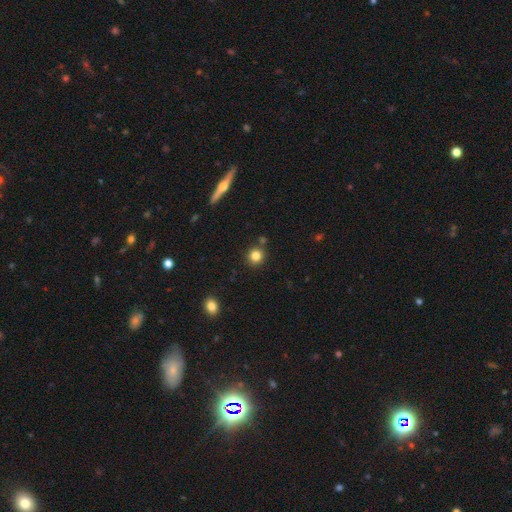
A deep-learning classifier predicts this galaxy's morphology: Smooth or featured?
  - smooth: 82% *
  - star or artifact: 12%
  - featured or disk: 7%
How rounded?
  - round: 92% *
  - in between: 7%
  - cigar-shaped: 1%
Merging?
  - none: 83% *
  - minor disturbance: 8%
  - merger: 7%
  - major disturbance: 2%